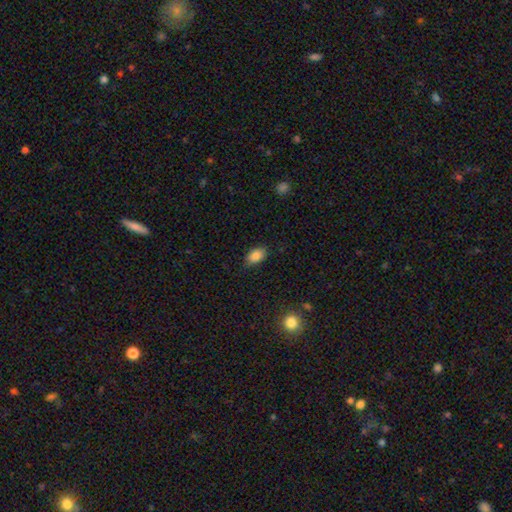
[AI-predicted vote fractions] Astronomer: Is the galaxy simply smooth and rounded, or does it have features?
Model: smooth — 86%.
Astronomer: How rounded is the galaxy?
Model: in between — 90%.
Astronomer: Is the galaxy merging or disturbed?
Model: none — 78%.